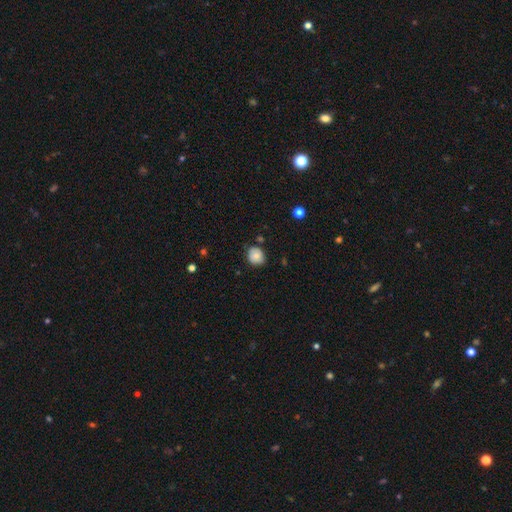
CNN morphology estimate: Overall: smooth (78%). How rounded: round (71%). Merging: none (75%).